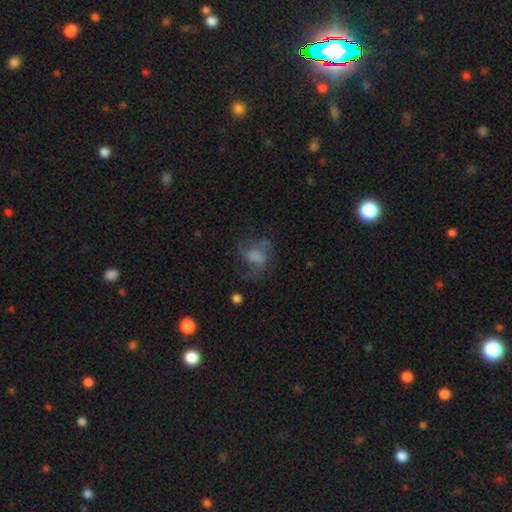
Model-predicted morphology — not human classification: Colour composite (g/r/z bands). It shows a featured or disk galaxy (53%) with no bar (67%), spiral arms (69%) and no central bulge (47%). Merging: none (42%).